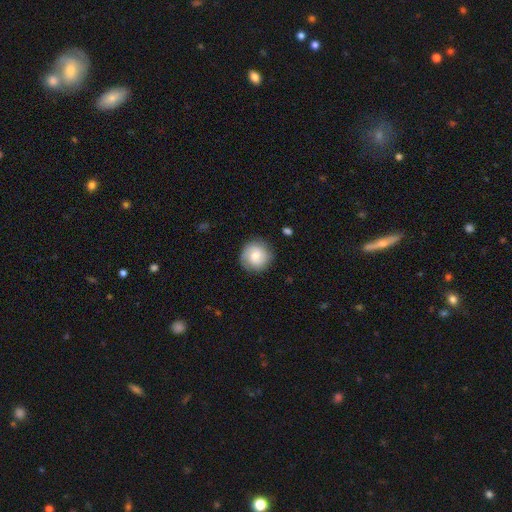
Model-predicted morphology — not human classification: Overall: smooth (59%; featured or disk 34%). How rounded: round (91%). Merging: none (85%).